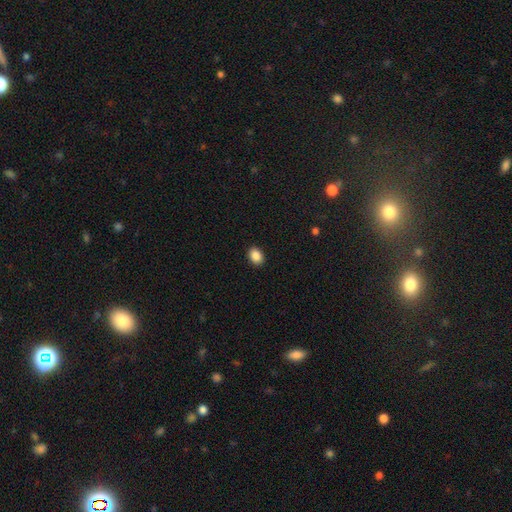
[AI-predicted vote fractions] Overall: smooth (89%). How rounded: in between (69%; round 30%). Merging: none (91%).